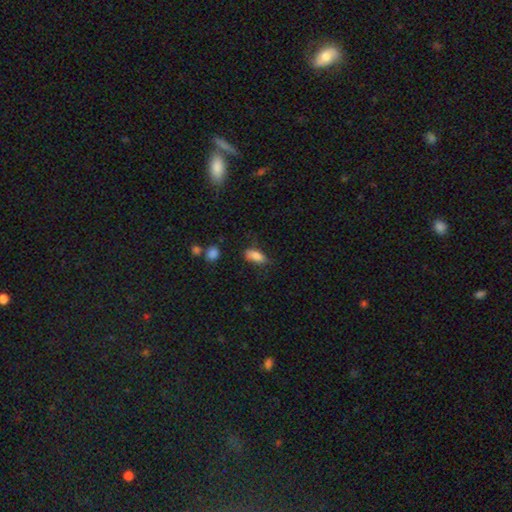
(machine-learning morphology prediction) type=smooth (81%); roundness=in between (83%); merging=none (60%).